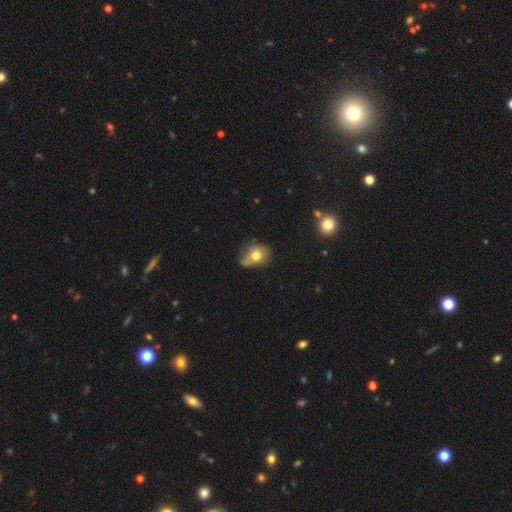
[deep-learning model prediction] This appears to be a smooth galaxy with no disk features (72%) that is round (52%). Merging: none (47%).